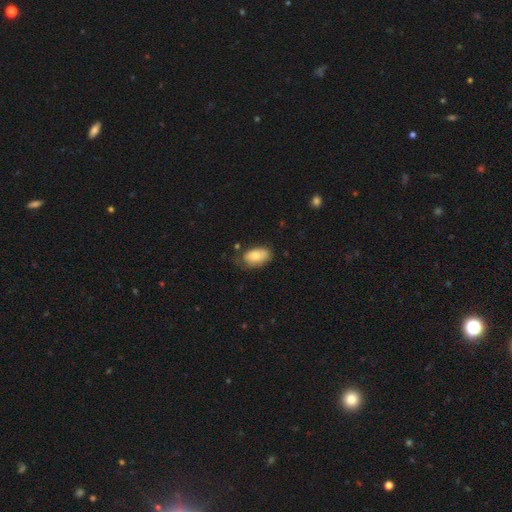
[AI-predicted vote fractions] Smooth or featured? smooth (77%)
How rounded? in between (93%)
Merging? none (55%)